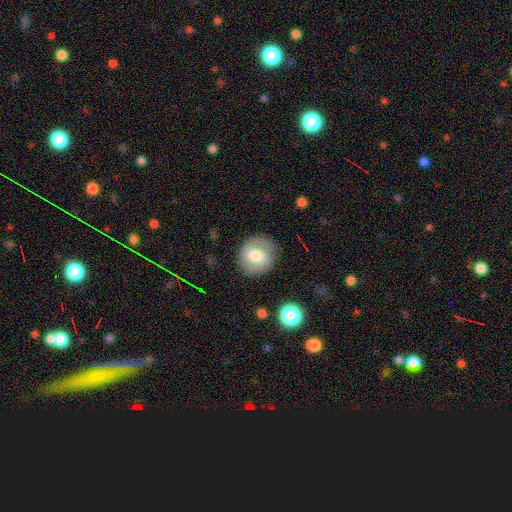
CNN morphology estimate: The model was most divided on "smooth or featured": smooth: 58%, featured or disk: 34%, star or artifact: 8%. More confident: merging — none (81%); how rounded — round (81%).